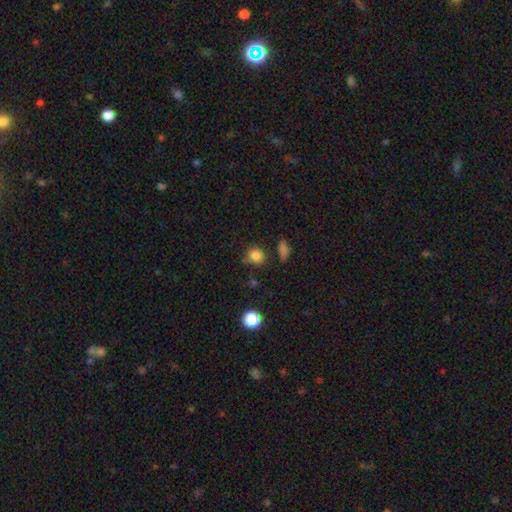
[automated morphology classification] This is clearly a smooth galaxy (83%). How rounded: clearly round (83%). Merging: likely none (75%).